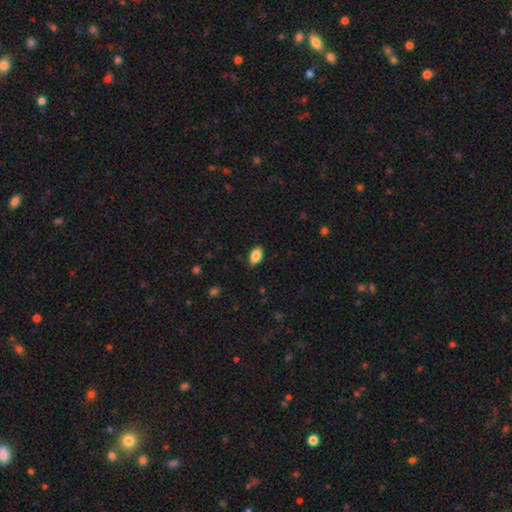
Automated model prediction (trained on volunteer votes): The model was most divided on "merging": none: 87%, minor disturbance: 10%, major disturbance: 2%, merger: 1%. More confident: how rounded — in between (92%); smooth or featured — smooth (86%).